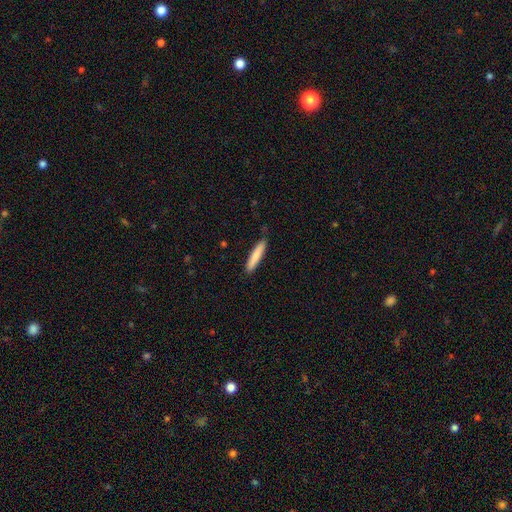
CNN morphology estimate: smooth 81%, featured or disk 14%, star or artifact 6%. Down the decision tree: how rounded — cigar-shaped (91%); merging — none (86%).